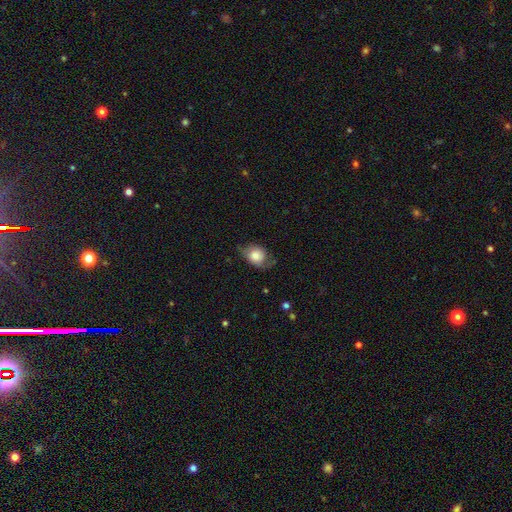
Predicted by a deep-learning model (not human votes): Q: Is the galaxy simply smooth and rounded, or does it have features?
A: smooth — 70%.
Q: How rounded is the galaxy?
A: in between — 50%.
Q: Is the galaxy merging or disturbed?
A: none — 54%.